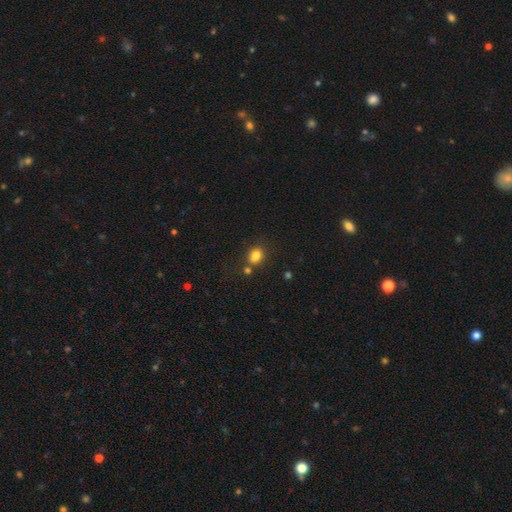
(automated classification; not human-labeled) The model was most divided on "how rounded": in between: 52%, round: 47%, cigar-shaped: 1%. More confident: smooth or featured — smooth (82%); merging — none (64%).